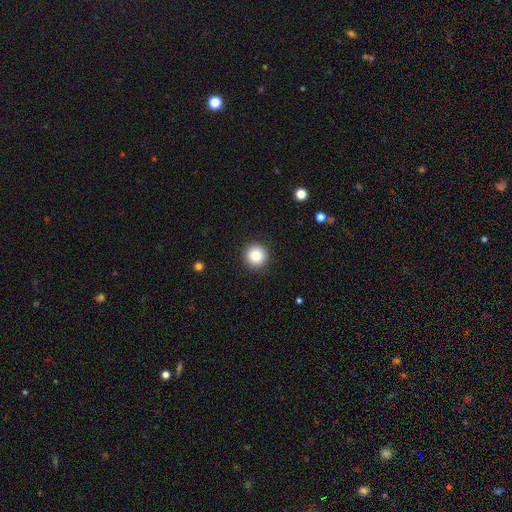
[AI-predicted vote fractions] Overall: smooth (83%). How rounded: round (95%). Merging: none (92%).